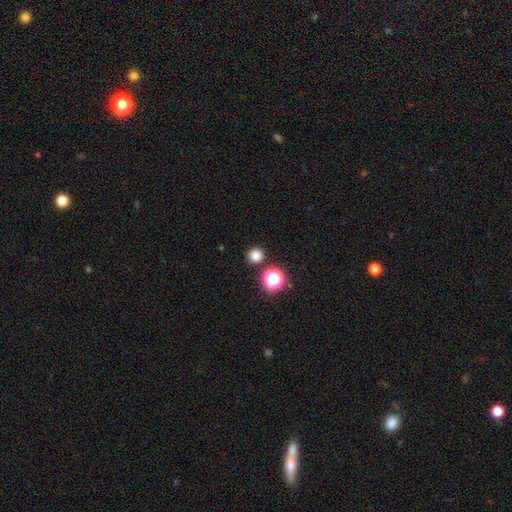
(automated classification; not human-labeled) smooth_or_featured: smooth (p=0.80) [alt: star or artifact p=0.16]
how_rounded: round (p=0.94) [alt: in between p=0.05]
merging: none (p=0.88) [alt: minor disturbance p=0.06]